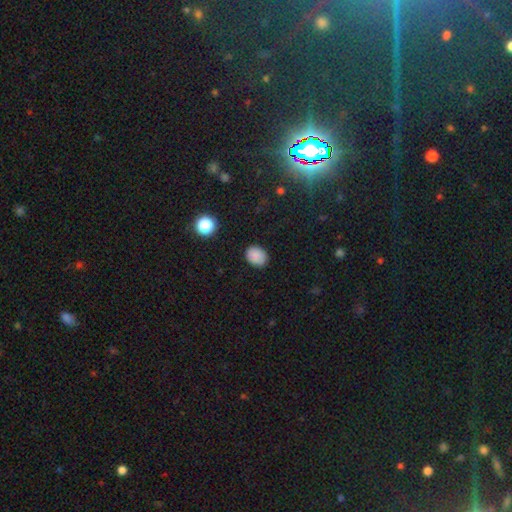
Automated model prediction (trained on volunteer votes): smooth 87%, star or artifact 10%, featured or disk 3%. Down the decision tree: how rounded — in between (58%); merging — none (87%).